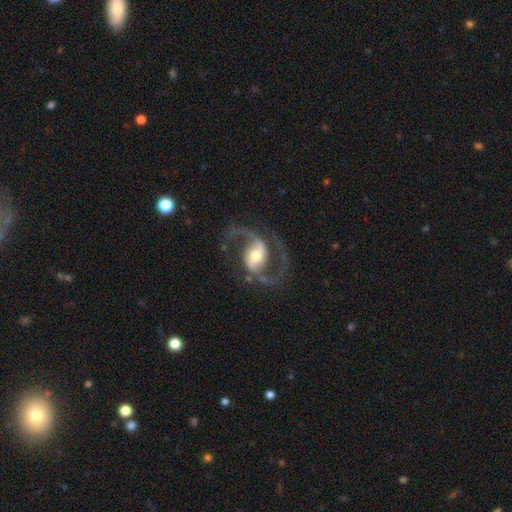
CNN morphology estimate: Smooth or featured: featured or disk — 92% (star or artifact — 4%)
Edge-on disk: no — 98% (yes — 2%)
Bar: weak — 37% (tied with strong — 37%)
Spiral arms: yes — 97% (no — 3%)
Spiral winding: medium — 56% (loose — 35%)
Spiral arm count: 2 — 94% (1 — 2%)
Bulge size: moderate — 65% (small — 23%)
Merging: none — 78% (minor disturbance — 11%)